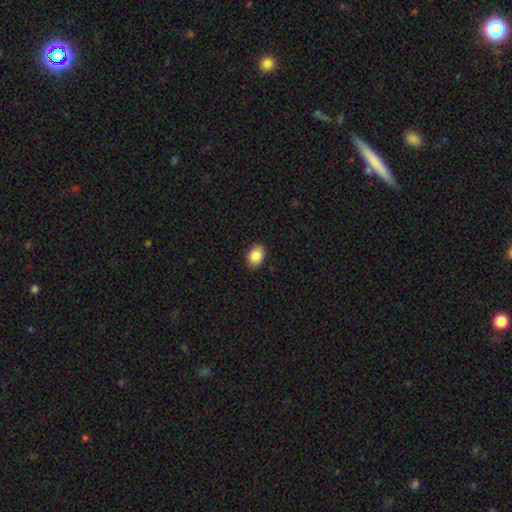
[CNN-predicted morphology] smooth 87%, star or artifact 7%, featured or disk 5%. Down the decision tree: how rounded — in between (80%); merging — none (89%).